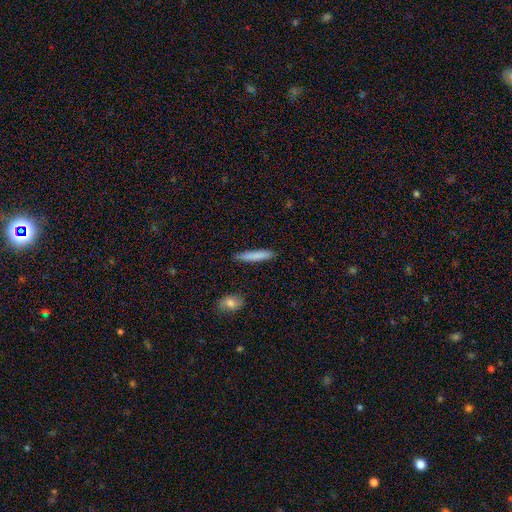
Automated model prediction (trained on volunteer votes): Morphology: type=smooth (82%); roundness=cigar-shaped (91%); merging=none (88%).